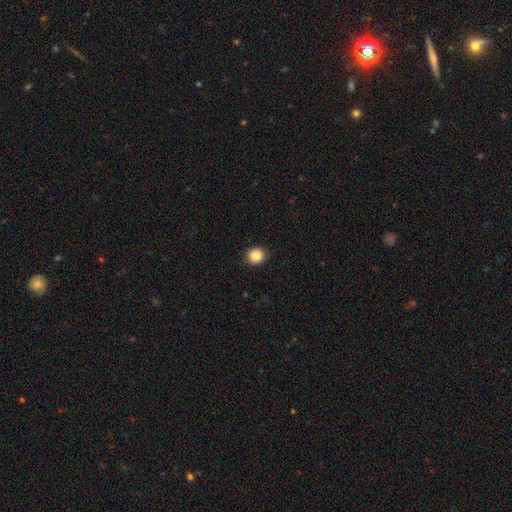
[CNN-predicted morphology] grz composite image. It shows a smooth galaxy with no disk features (88%) that is round (81%). Merging: none (90%).